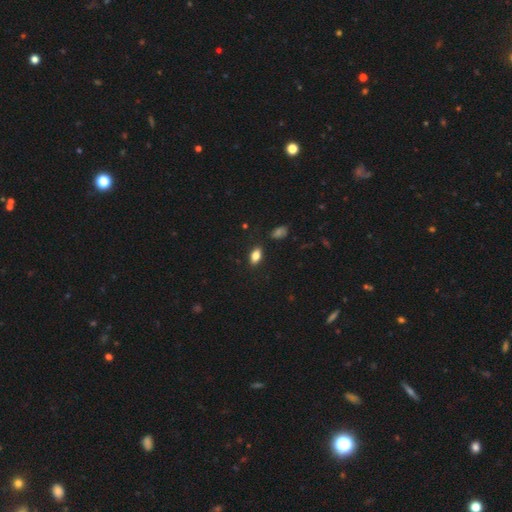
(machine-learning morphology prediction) A smooth galaxy with no disk features (80%) that is in between round and cigar-shaped (88%).

Vote fractions:
- Smooth or featured? smooth: 80% / featured or disk: 12% / star or artifact: 9%
- How rounded? in between: 88% / round: 6% / cigar-shaped: 6%
- Merging? none: 86% / minor disturbance: 10% / major disturbance: 2% / merger: 2%